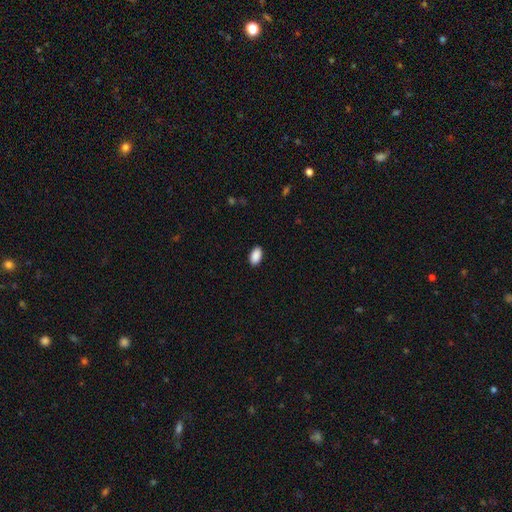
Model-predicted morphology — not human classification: Smooth or featured? smooth (90%)
How rounded? in between (94%)
Merging? none (89%)